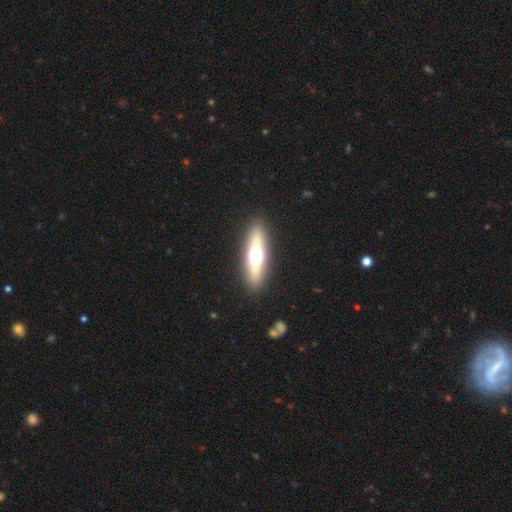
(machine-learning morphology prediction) Smooth or featured? Predicted: featured or disk (p=0.49). Merging? Predicted: none (p=0.90).